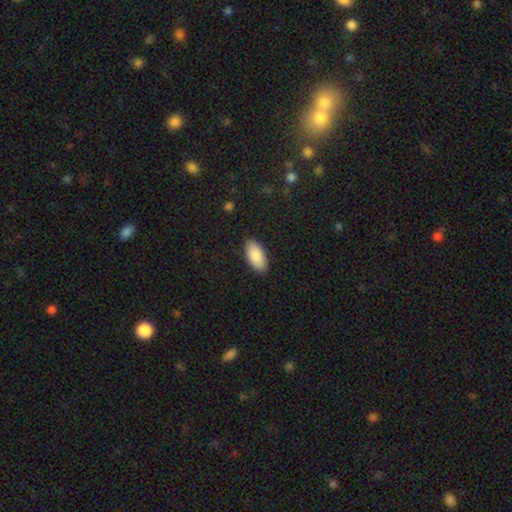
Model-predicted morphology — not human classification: smooth-or-featured: smooth: 89% | star or artifact: 6% | featured or disk: 5%
  how-rounded: in between: 92% | cigar-shaped: 6% | round: 2%
  merging: none: 88% | minor disturbance: 9% | major disturbance: 2% | merger: 1%